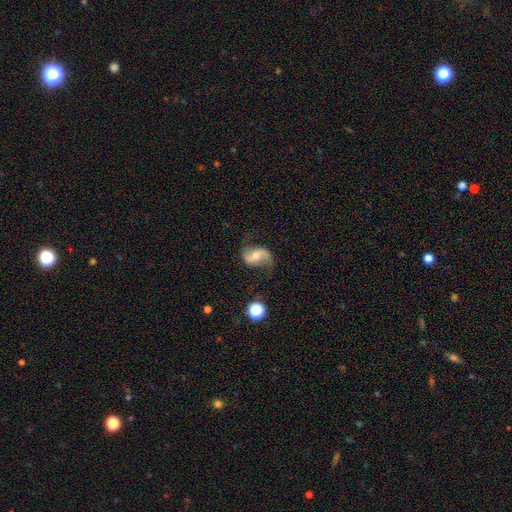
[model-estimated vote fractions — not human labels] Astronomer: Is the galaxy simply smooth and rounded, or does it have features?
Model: featured or disk — 83%.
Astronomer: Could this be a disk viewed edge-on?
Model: no — 97%.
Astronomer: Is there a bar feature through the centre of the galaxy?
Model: weak — 43% (runner-up: no, 34%).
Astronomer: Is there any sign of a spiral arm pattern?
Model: yes — 95%.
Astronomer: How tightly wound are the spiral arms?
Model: loose — 72%.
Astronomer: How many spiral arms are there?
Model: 2 — 92%.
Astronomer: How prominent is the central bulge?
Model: moderate — 51% (runner-up: small, 37%).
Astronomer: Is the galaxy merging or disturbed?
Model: none — 73%.